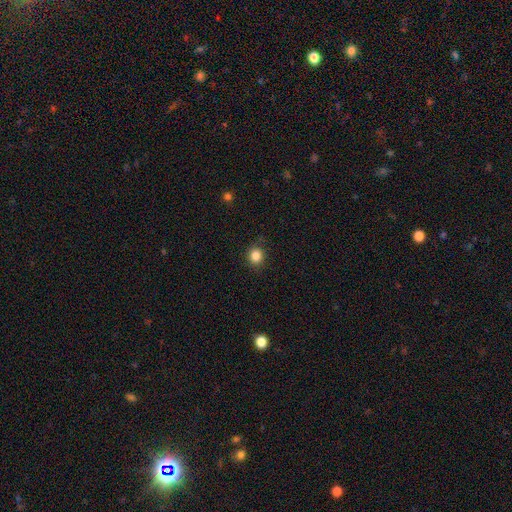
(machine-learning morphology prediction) smooth 85%, star or artifact 11%, featured or disk 4%. Down the decision tree: how rounded — round (85%); merging — none (88%).